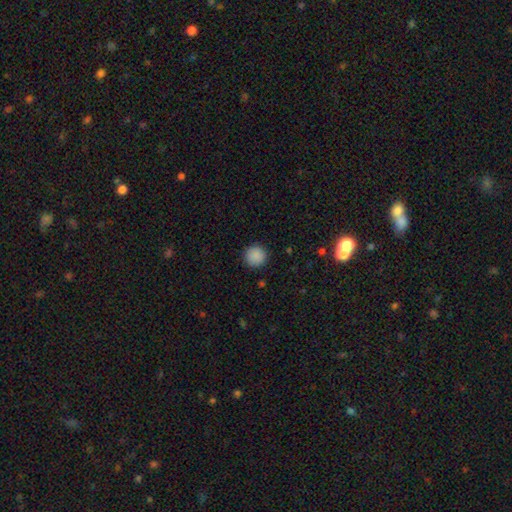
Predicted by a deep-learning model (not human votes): Smooth or featured?
  - smooth: 89% *
  - star or artifact: 9%
  - featured or disk: 2%
How rounded?
  - round: 96% *
  - in between: 3%
  - cigar-shaped: 1%
Merging?
  - none: 92% *
  - minor disturbance: 5%
  - major disturbance: 2%
  - merger: 1%